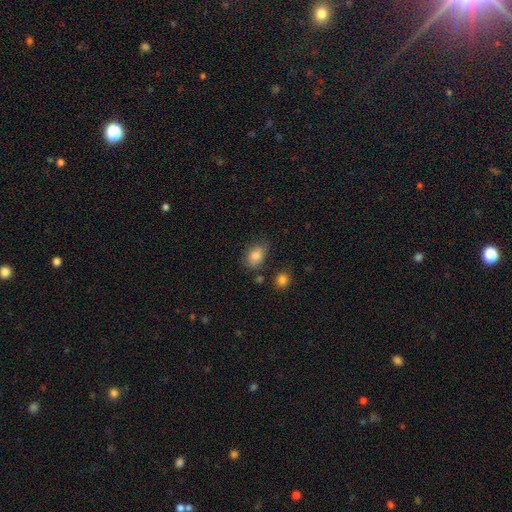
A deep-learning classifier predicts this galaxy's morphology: Smooth or featured: smooth — 83% (star or artifact — 9%)
How rounded: in between — 77% (round — 22%)
Merging: none — 71% (minor disturbance — 20%)